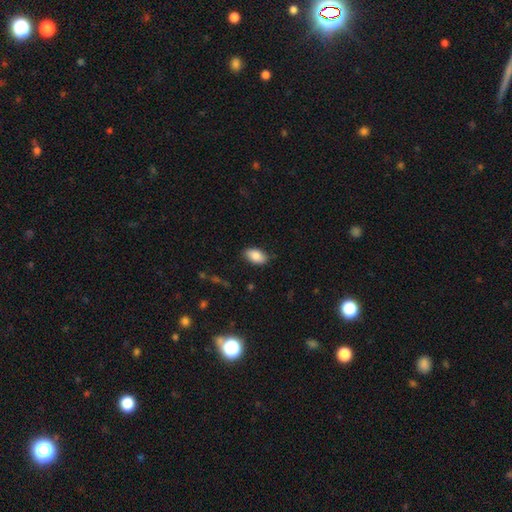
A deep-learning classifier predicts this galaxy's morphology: A smooth galaxy with no disk features (86%) that is in between round and cigar-shaped (93%).

Vote fractions:
- Smooth or featured? smooth: 86% / featured or disk: 8% / star or artifact: 7%
- How rounded? in between: 93% / round: 4% / cigar-shaped: 2%
- Merging? none: 84% / minor disturbance: 12% / major disturbance: 2% / merger: 1%